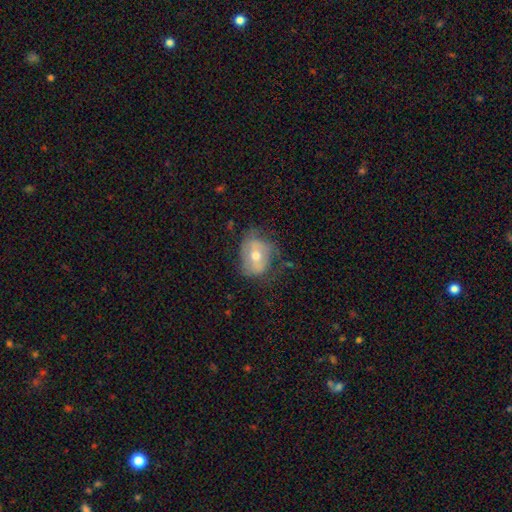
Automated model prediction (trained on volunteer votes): This appears to be a featured or disk galaxy (48%). Merging: none (50%).